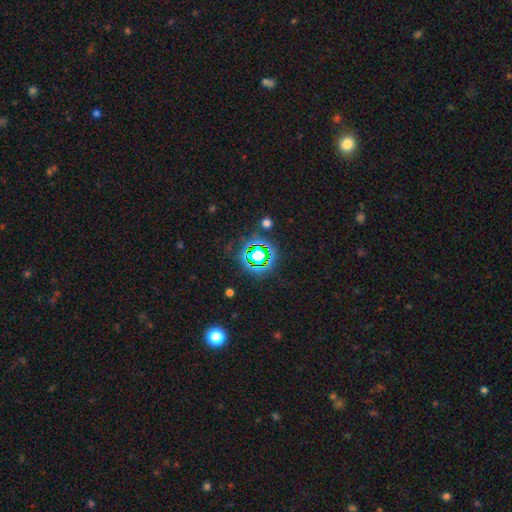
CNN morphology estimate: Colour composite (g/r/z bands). It shows a star or artifact, not a galaxy (70%).